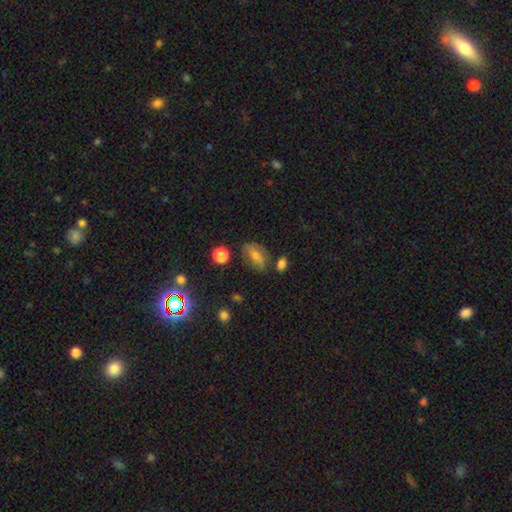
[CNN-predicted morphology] This is possibly a smooth galaxy (49%). Merging: likely none (67%).